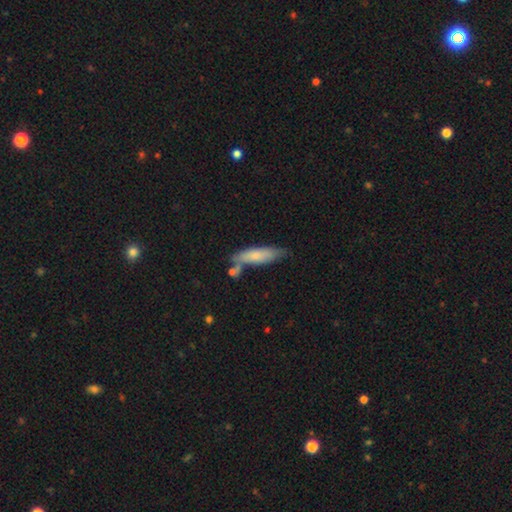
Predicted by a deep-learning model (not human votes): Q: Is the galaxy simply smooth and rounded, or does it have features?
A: smooth — 69%.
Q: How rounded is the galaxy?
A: cigar-shaped — 66%.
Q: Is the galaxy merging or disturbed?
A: none — 58%.